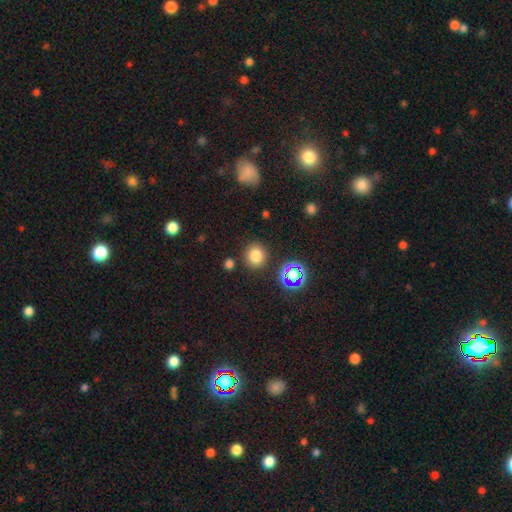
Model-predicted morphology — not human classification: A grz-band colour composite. It shows a smooth galaxy with no disk features (76%) that is round (87%). Merging: none (84%).